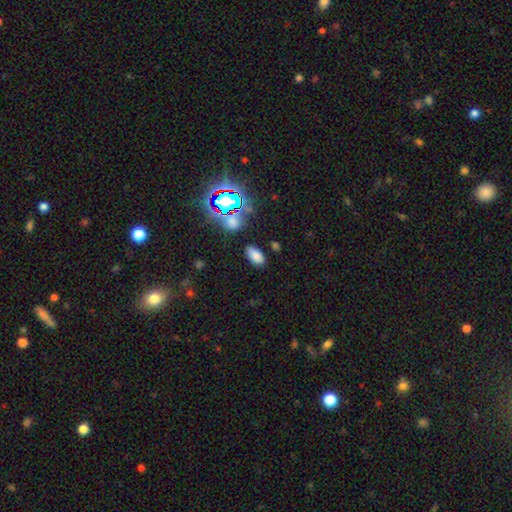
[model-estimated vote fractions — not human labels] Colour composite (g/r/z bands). It shows a smooth galaxy with no disk features (75%) that is in between round and cigar-shaped (92%). Merging: none (84%).